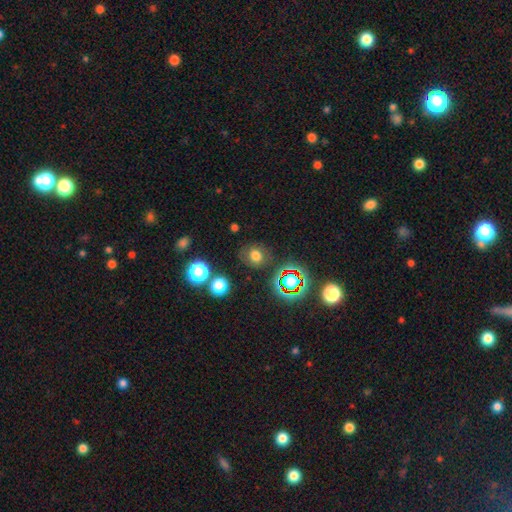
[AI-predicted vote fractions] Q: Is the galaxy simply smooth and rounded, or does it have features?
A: smooth — 66%.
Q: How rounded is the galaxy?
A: round — 71%.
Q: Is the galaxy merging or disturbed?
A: none — 77%.